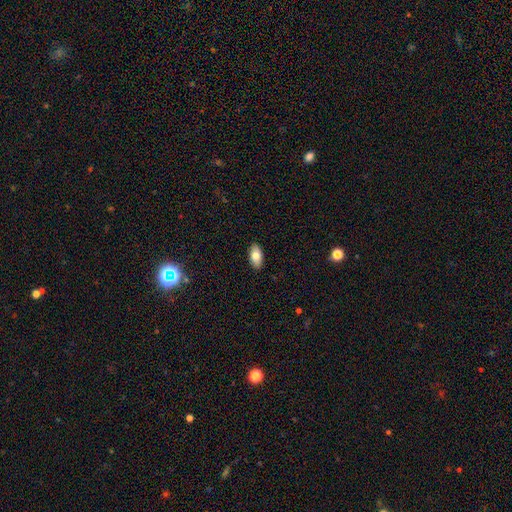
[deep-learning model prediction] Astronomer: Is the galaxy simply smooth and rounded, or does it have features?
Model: smooth — 79%.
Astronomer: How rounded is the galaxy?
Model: in between — 93%.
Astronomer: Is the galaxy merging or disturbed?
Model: none — 89%.